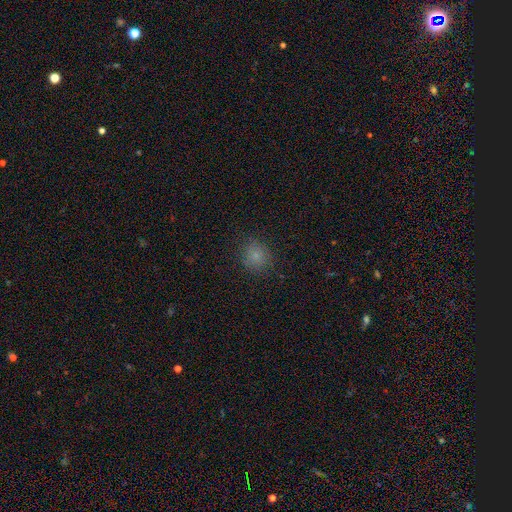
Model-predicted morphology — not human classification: Overall: smooth (79%). How rounded: round (82%). Merging: none (85%).